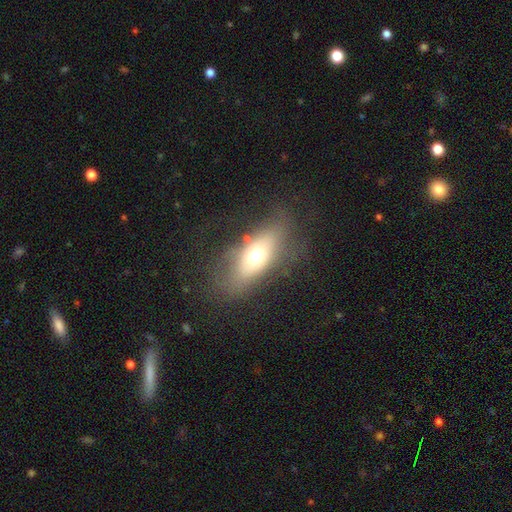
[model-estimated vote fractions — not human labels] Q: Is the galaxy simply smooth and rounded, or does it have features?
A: smooth — 57%.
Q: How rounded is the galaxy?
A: in between — 77%.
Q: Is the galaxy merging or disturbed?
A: none — 63%.